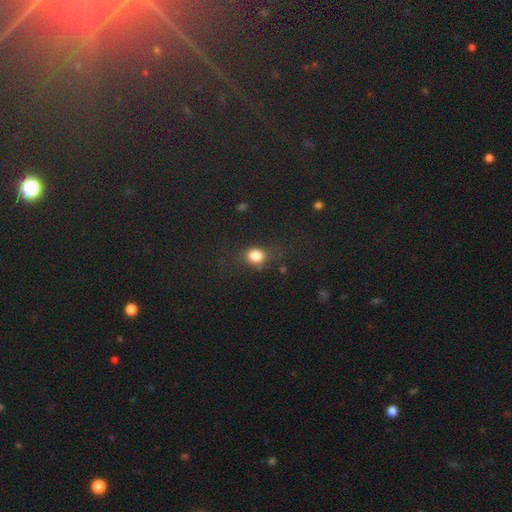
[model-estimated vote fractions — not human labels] smooth-or-featured: smooth: 81% | star or artifact: 13% | featured or disk: 7%
  how-rounded: round: 53% | in between: 45% | cigar-shaped: 2%
  merging: none: 69% | minor disturbance: 18% | major disturbance: 10% | merger: 3%